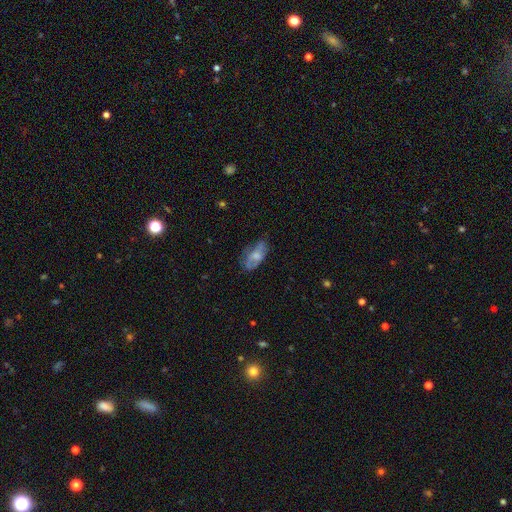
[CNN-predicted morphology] Smooth or featured? Predicted: smooth (p=0.52). How rounded? Predicted: in between (p=0.88). Merging? Predicted: none (p=0.51).